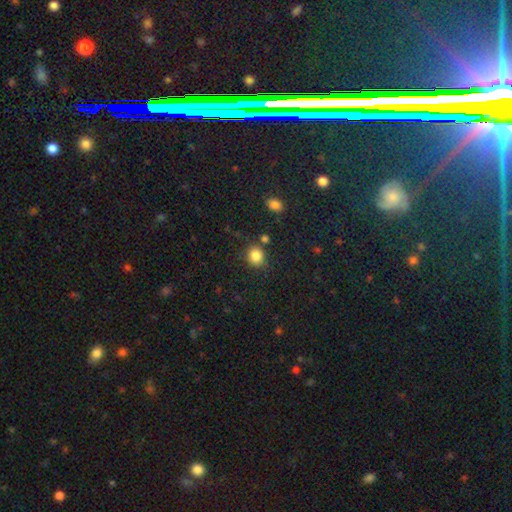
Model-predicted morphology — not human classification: smooth_or_featured: smooth (p=0.85) [alt: star or artifact p=0.11]
how_rounded: round (p=0.77) [alt: in between p=0.23]
merging: none (p=0.79) [alt: minor disturbance p=0.11]